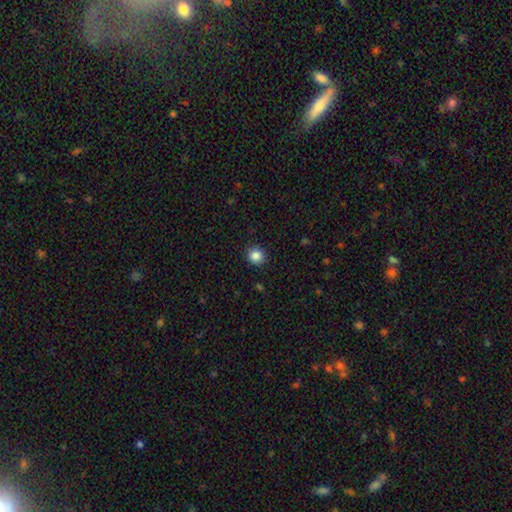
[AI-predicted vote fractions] Smooth or featured?
  - smooth: 86% *
  - star or artifact: 10%
  - featured or disk: 4%
How rounded?
  - round: 89% *
  - in between: 10%
  - cigar-shaped: 1%
Merging?
  - none: 90% *
  - minor disturbance: 7%
  - major disturbance: 2%
  - merger: 1%